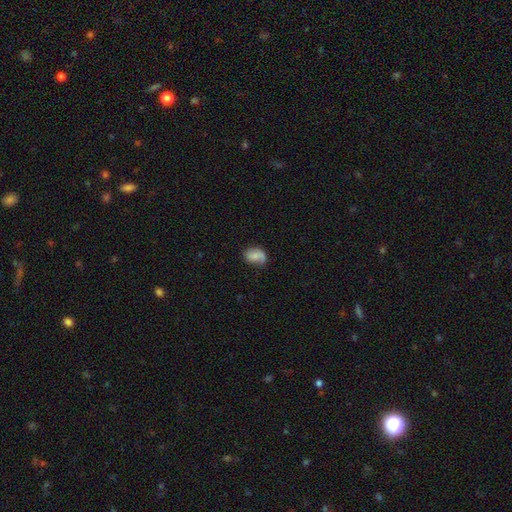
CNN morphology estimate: Overall: smooth (65%; featured or disk 27%). How rounded: in between (75%). Merging: none (55%; minor disturbance 32%).